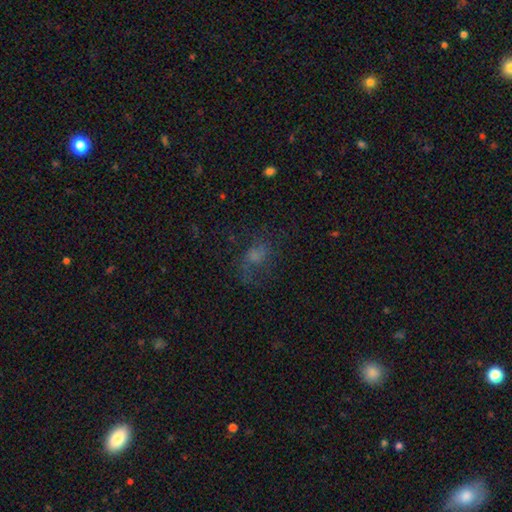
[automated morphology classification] This is marginally a smooth galaxy (41%). Merging: possibly none (52%).